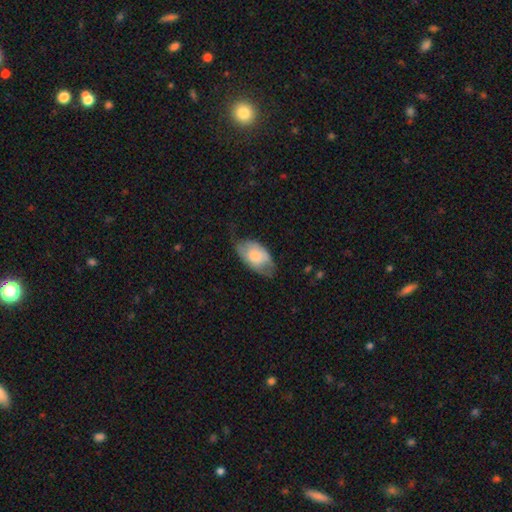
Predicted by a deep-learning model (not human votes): Q: Smooth or featured?
A: smooth (65%); runner-up: featured or disk (29%)
Q: How rounded?
A: in between (93%); runner-up: round (5%)
Q: Merging?
A: none (50%); runner-up: minor disturbance (35%)